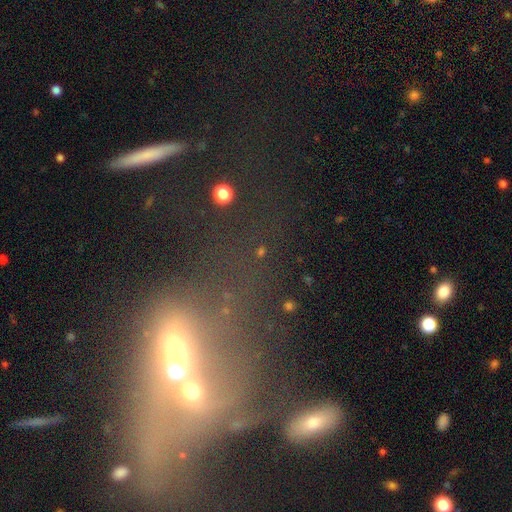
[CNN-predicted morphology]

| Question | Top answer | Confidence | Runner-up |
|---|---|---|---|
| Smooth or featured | featured or disk | 37% | smooth (35%) |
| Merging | merger | 56% | none (19%) |